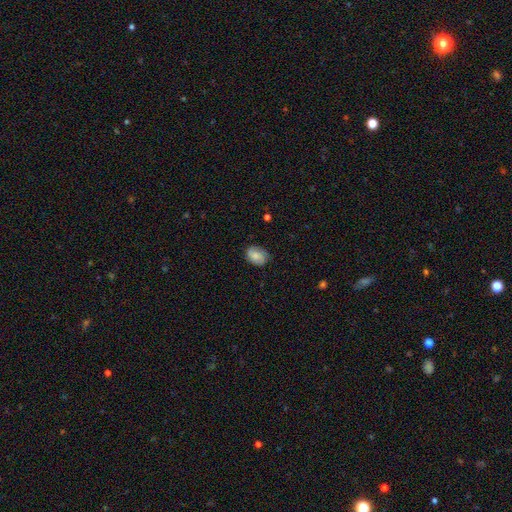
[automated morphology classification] This appears to be a smooth galaxy with no disk features (64%) that is in between round and cigar-shaped (69%). Merging: none (74%).